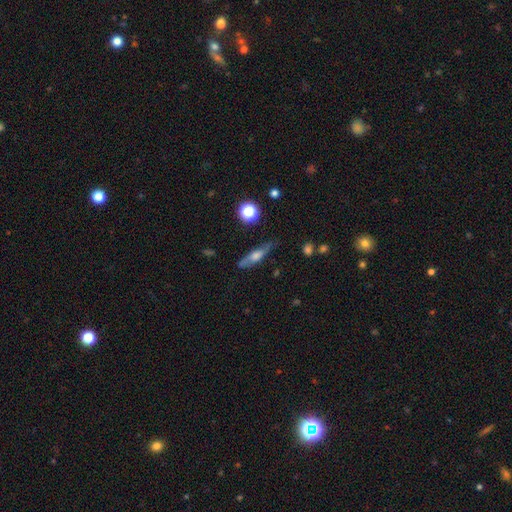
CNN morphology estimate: Overall: featured or disk (50%; smooth 41%). Edge-on disk: yes (82%). Merging: none (77%).